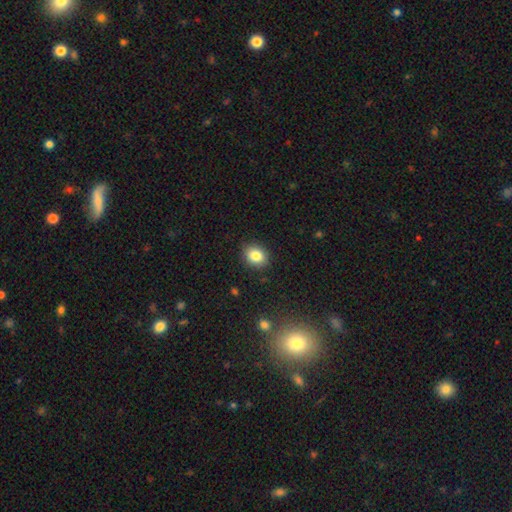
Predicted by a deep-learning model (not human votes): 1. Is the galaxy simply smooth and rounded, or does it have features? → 84% smooth, 10% star or artifact, 6% featured or disk.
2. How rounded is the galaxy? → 55% round, 44% in between, 1% cigar-shaped.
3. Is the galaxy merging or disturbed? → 88% none, 9% minor disturbance, 2% major disturbance, 1% merger.